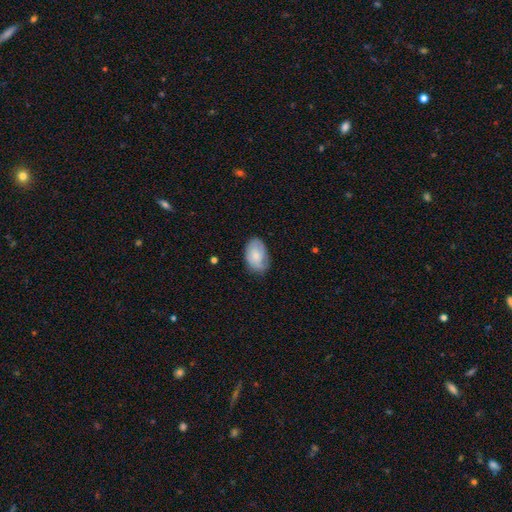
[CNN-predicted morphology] A smooth galaxy with no disk features (63%) that is in between round and cigar-shaped (88%).

Vote fractions:
- Smooth or featured? smooth: 63% / featured or disk: 30% / star or artifact: 7%
- How rounded? in between: 88% / round: 11% / cigar-shaped: 1%
- Merging? none: 66% / minor disturbance: 27% / major disturbance: 6% / merger: 1%